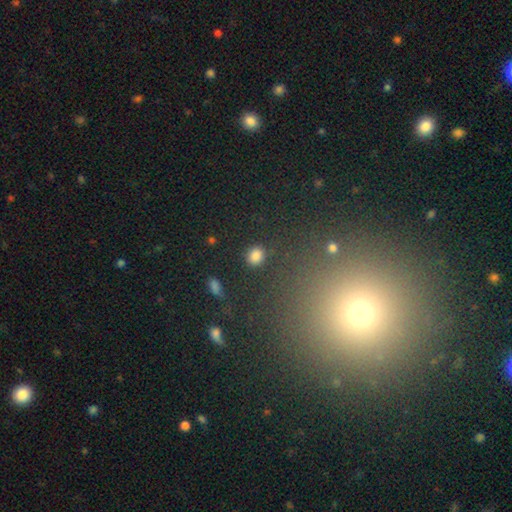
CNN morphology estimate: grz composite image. It shows a smooth galaxy with no disk features (83%) that is round (76%). Merging: none (86%).